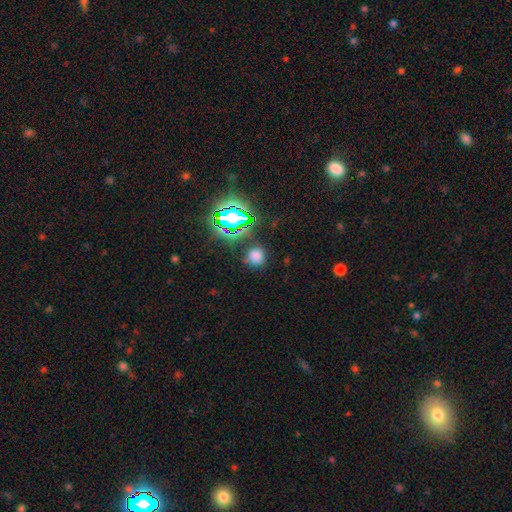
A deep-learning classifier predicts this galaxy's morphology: smooth 66%, star or artifact 28%, featured or disk 7%. Down the decision tree: how rounded — round (89%); merging — none (78%).